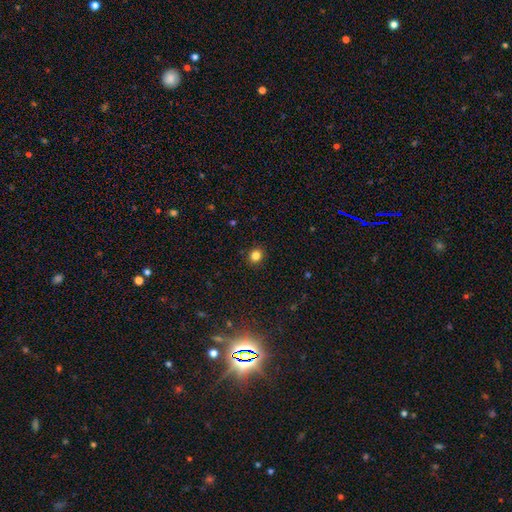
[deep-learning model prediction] Smooth or featured? smooth (83%)
How rounded? round (82%)
Merging? none (91%)